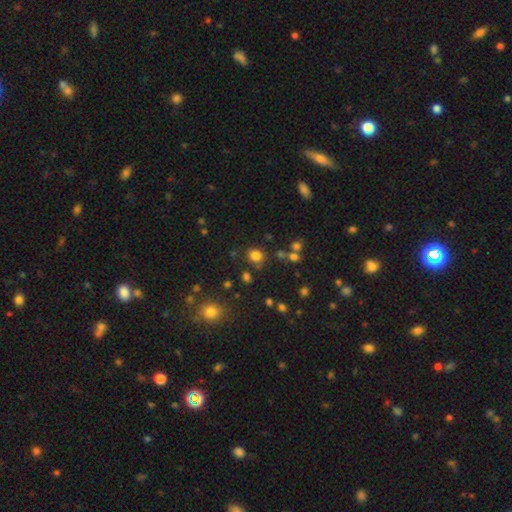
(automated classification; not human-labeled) A smooth galaxy with no disk features (78%) that is round (72%). Merging: none (77%).